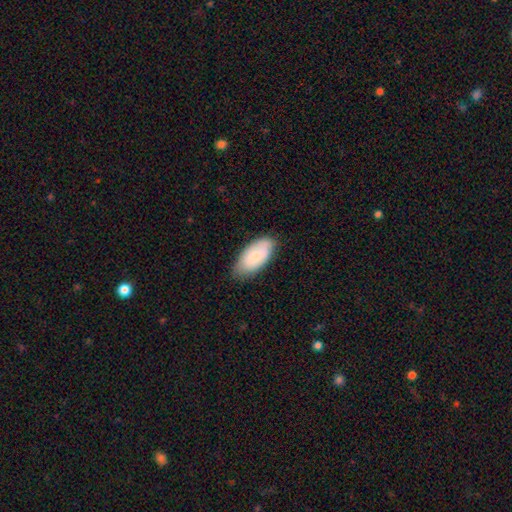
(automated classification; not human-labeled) Smooth or featured: smooth — 78% (featured or disk — 16%)
How rounded: in between — 93% (cigar-shaped — 5%)
Merging: none — 73% (minor disturbance — 22%)